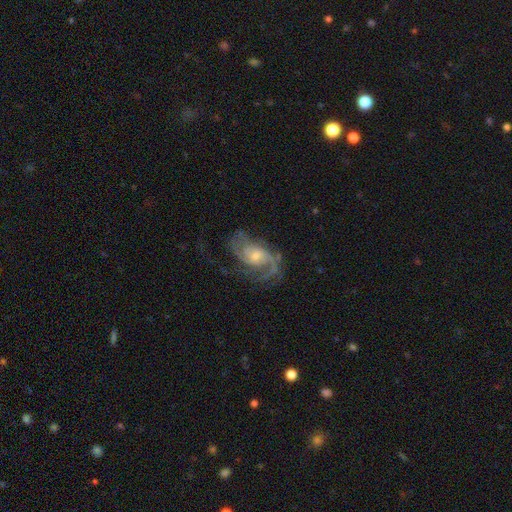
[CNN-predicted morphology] Smooth or featured? Predicted: featured or disk (p=0.87). Edge-on disk? Predicted: no (p=0.97). Bar? Predicted: no (p=0.63). Spiral arms? Predicted: yes (p=0.95). Spiral winding? Predicted: medium (p=0.48). Spiral arm count? Predicted: 2 (p=0.54). Bulge size? Predicted: small (p=0.47). Merging? Predicted: none (p=0.59).